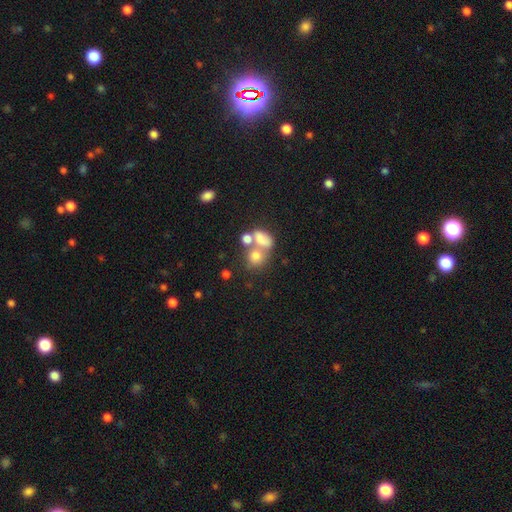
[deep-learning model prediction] smooth-or-featured: smooth: 69% | featured or disk: 17% | star or artifact: 14%
  how-rounded: round: 61% | in between: 37% | cigar-shaped: 1%
  merging: merger: 50% | none: 33% | minor disturbance: 10% | major disturbance: 8%